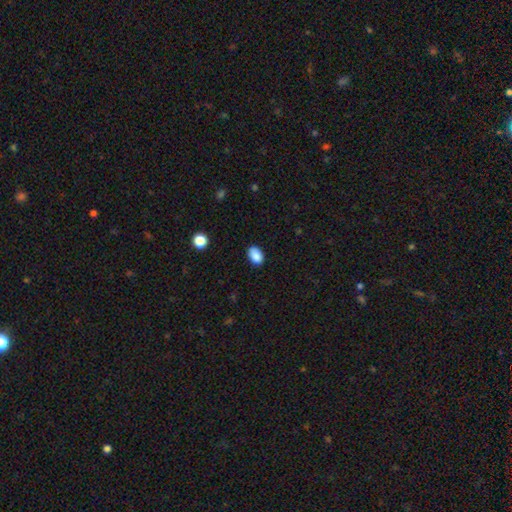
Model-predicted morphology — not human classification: The model was most divided on "merging": none: 83%, minor disturbance: 13%, major disturbance: 2%, merger: 1%. More confident: how rounded — in between (88%); smooth or featured — smooth (88%).